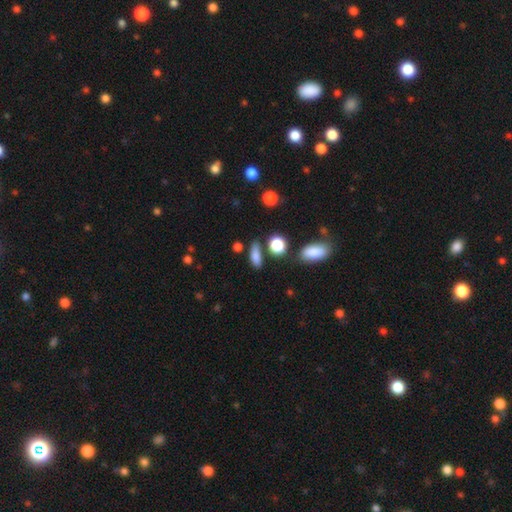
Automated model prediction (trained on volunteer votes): Overall: smooth (81%). How rounded: in between (59%; cigar-shaped 29%). Merging: none (72%).